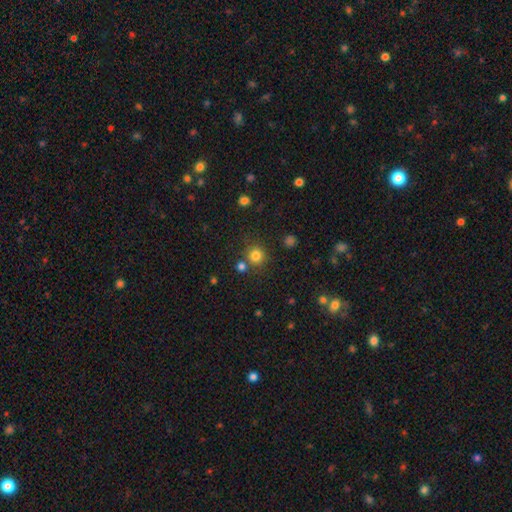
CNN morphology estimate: A smooth galaxy with no disk features (80%) that is round (93%).

Vote fractions:
- Smooth or featured? smooth: 80% / star or artifact: 14% / featured or disk: 6%
- How rounded? round: 93% / in between: 6% / cigar-shaped: 1%
- Merging? none: 77% / merger: 12% / minor disturbance: 8% / major disturbance: 3%